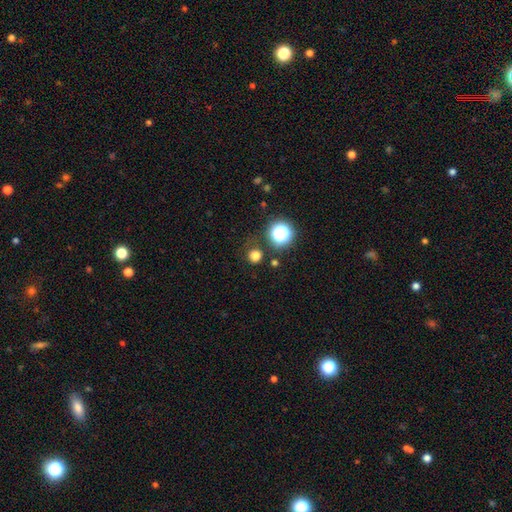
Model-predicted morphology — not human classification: smooth_or_featured: smooth (p=0.74) [alt: star or artifact p=0.21]
how_rounded: round (p=0.91) [alt: in between p=0.08]
merging: none (p=0.81) [alt: minor disturbance p=0.10]